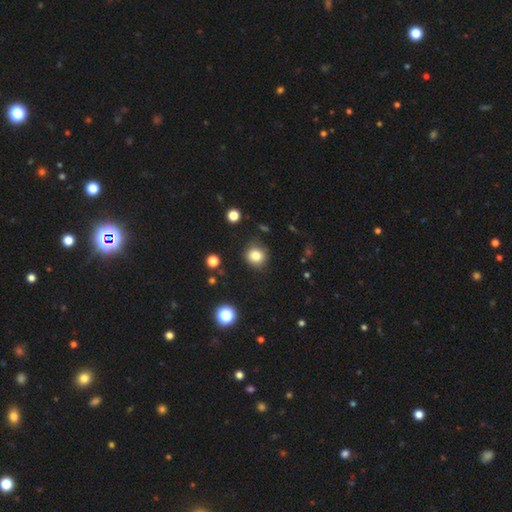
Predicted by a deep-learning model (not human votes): smooth 82%, star or artifact 12%, featured or disk 6%. Down the decision tree: how rounded — round (89%); merging — none (86%).